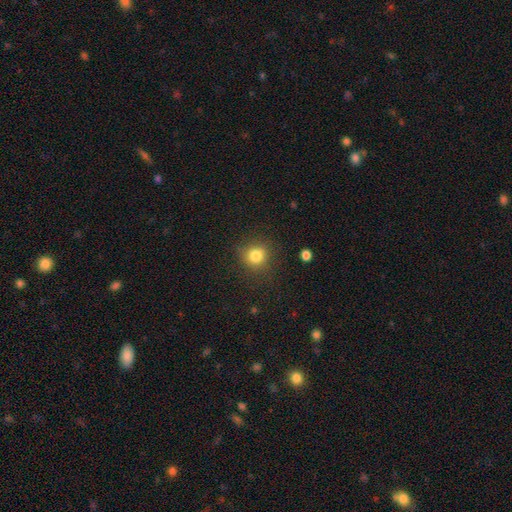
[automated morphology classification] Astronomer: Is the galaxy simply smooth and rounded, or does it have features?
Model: smooth — 81%.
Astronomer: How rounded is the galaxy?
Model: round — 85%.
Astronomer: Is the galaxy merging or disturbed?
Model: none — 81%.